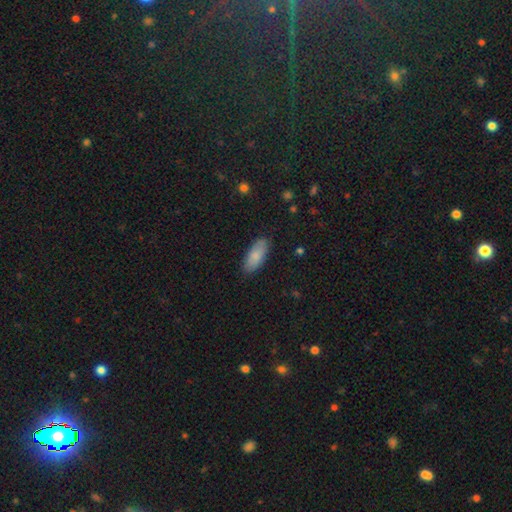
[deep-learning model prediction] This is clearly a smooth galaxy (84%). How rounded: clearly in between (83%). Merging: clearly none (86%).